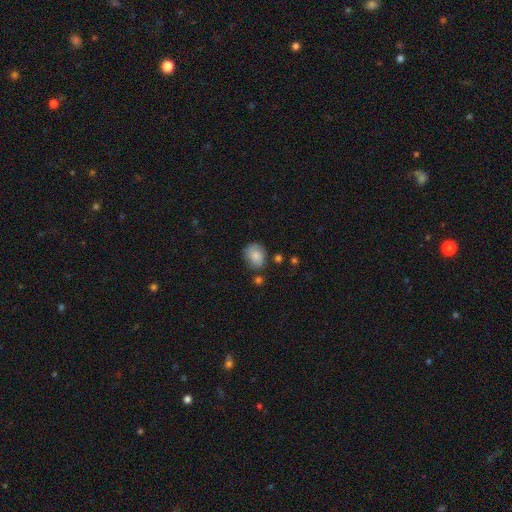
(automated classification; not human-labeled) smooth_or_featured: smooth (p=0.84) [alt: featured or disk p=0.08]
how_rounded: in between (p=0.51) [alt: round p=0.48]
merging: none (p=0.66) [alt: minor disturbance p=0.23]